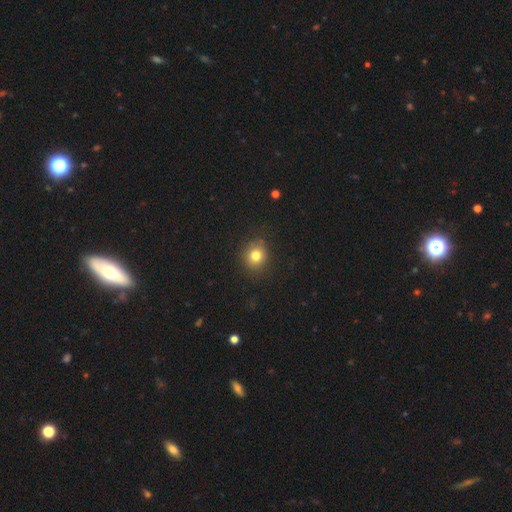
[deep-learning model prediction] A smooth galaxy with no disk features (78%) that is round (80%). Merging: none (85%).